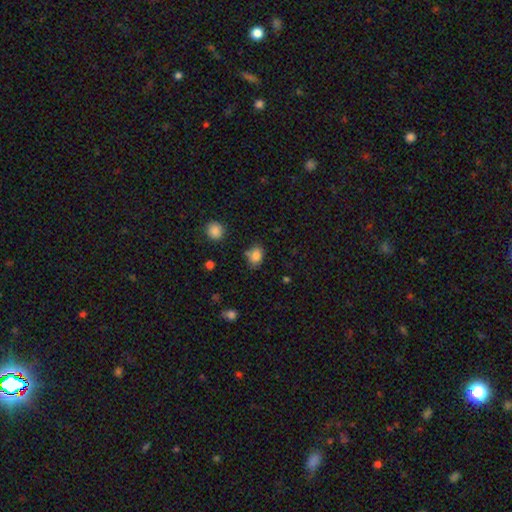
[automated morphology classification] Q: Smooth or featured?
A: smooth (81%); runner-up: star or artifact (11%)
Q: How rounded?
A: in between (65%); runner-up: round (34%)
Q: Merging?
A: none (68%); runner-up: minor disturbance (20%)